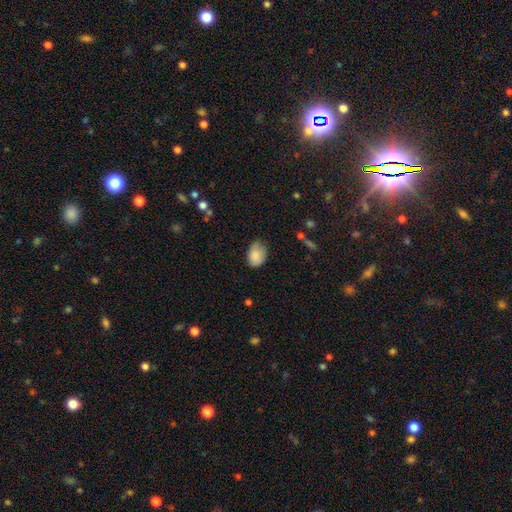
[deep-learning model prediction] Smooth or featured? Predicted: smooth (p=0.87). How rounded? Predicted: in between (p=0.80). Merging? Predicted: none (p=0.69).